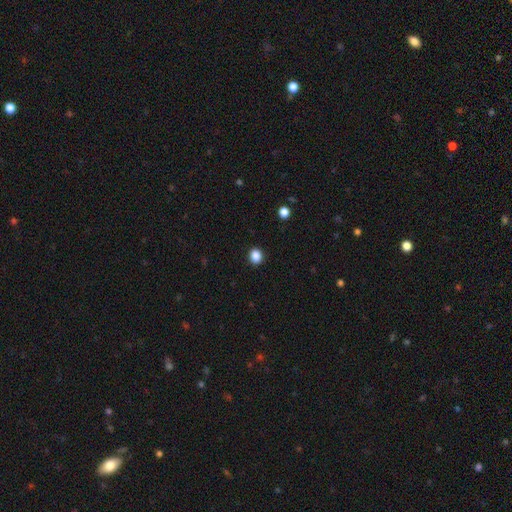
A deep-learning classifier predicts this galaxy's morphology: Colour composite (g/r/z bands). It shows a smooth galaxy with no disk features (87%) that is round (62%). Merging: none (91%).